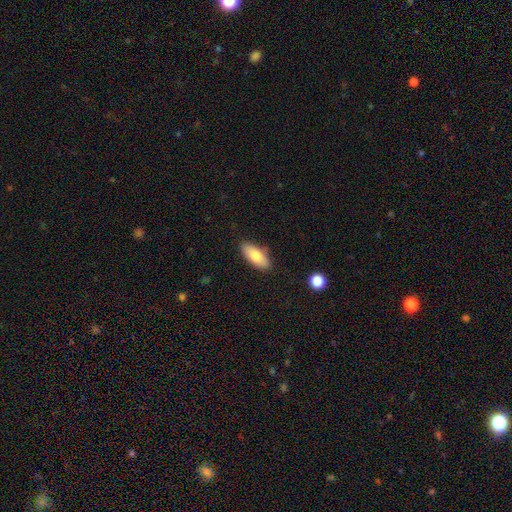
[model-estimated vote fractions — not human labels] This appears to be a smooth galaxy with no disk features (82%) that is in between round and cigar-shaped (83%). Merging: none (85%).